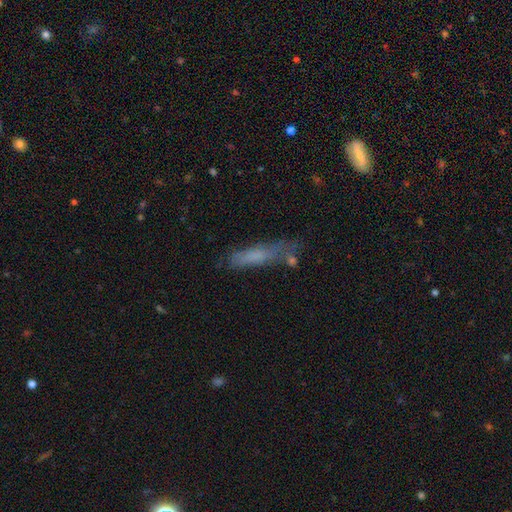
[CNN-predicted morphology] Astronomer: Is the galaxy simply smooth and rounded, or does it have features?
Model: smooth — 62%.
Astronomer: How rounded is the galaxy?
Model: cigar-shaped — 80%.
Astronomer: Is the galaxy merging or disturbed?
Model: none — 57%.